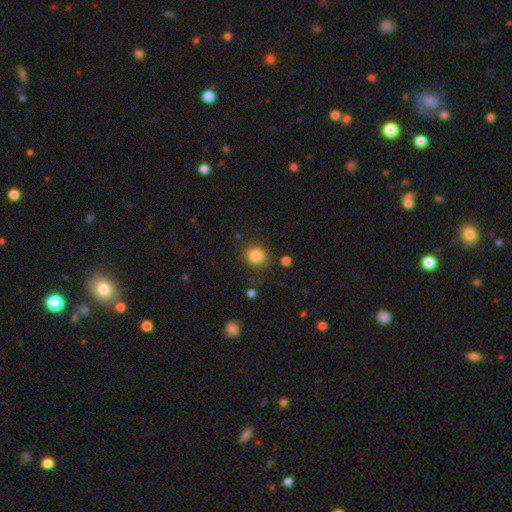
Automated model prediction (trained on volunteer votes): smooth-or-featured: smooth: 84% | star or artifact: 10% | featured or disk: 5%
  how-rounded: round: 79% | in between: 20% | cigar-shaped: 1%
  merging: none: 82% | minor disturbance: 11% | major disturbance: 4% | merger: 3%